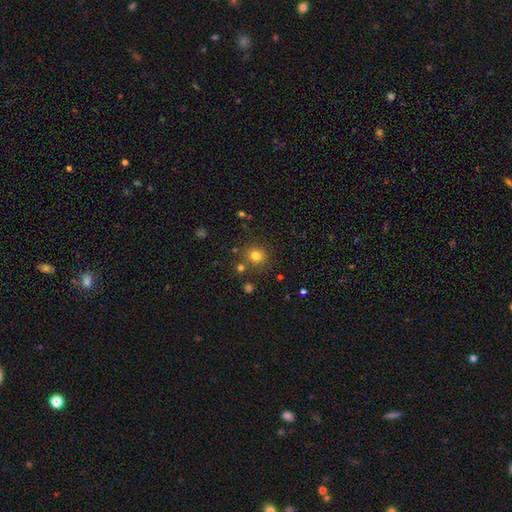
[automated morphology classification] The model was most divided on "smooth or featured": smooth: 78%, star or artifact: 15%, featured or disk: 7%. More confident: how rounded — round (87%); merging — none (81%).